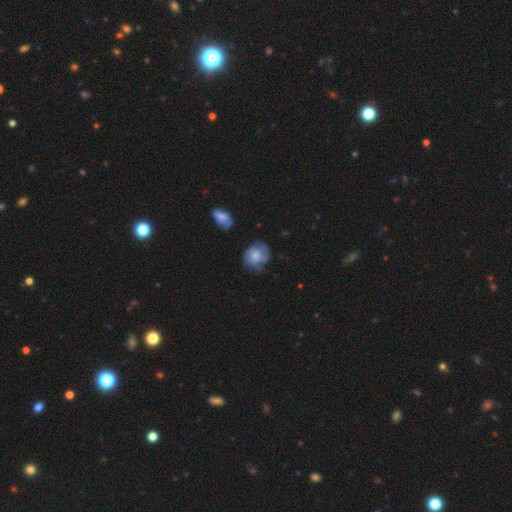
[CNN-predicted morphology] smooth 53%, featured or disk 40%, star or artifact 8%. Down the decision tree: how rounded — round (69%); merging — none (60%).